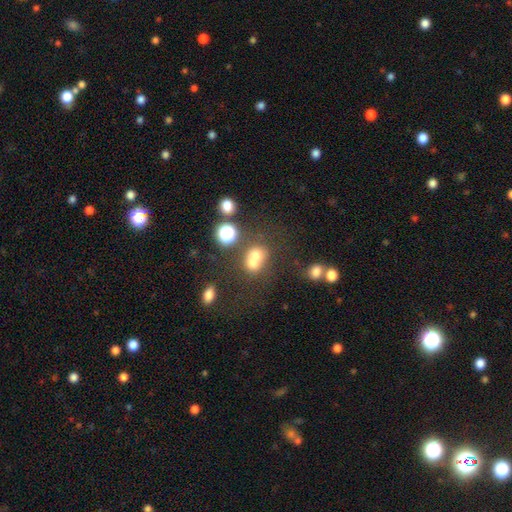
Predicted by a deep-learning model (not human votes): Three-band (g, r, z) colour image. It shows a smooth galaxy with no disk features (62%) that is round (67%). Merging: merger (54%).